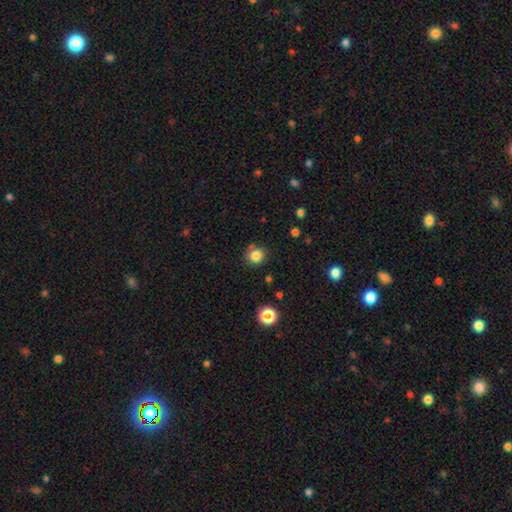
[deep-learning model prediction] Smooth or featured: smooth — 83% (star or artifact — 12%)
How rounded: round — 88% (in between — 12%)
Merging: none — 79% (minor disturbance — 12%)